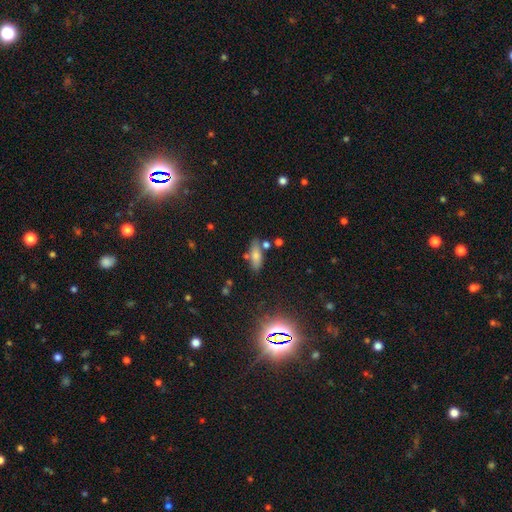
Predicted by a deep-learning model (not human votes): smooth 69%, featured or disk 17%, star or artifact 14%. Down the decision tree: how rounded — in between (68%); merging — none (70%).